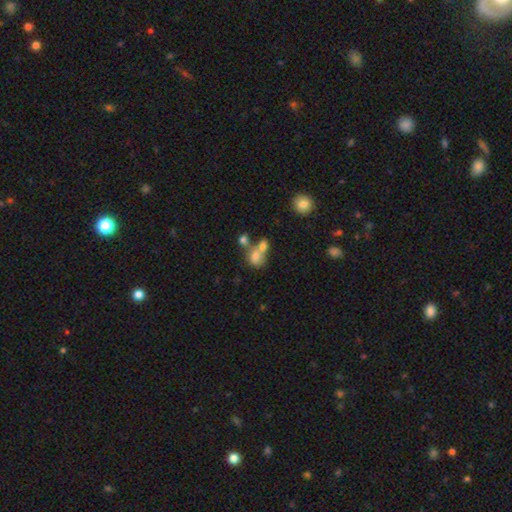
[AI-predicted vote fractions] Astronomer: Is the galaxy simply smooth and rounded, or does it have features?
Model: smooth — 70%.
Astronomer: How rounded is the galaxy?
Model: in between — 55% (runner-up: round, 44%).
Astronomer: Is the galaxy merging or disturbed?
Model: merger — 58%.